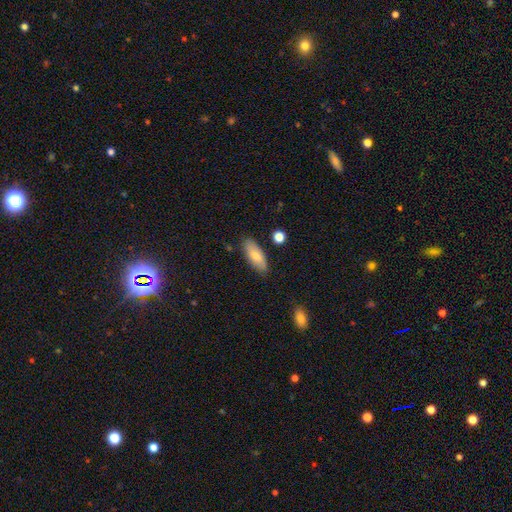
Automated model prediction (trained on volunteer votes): Smooth or featured?
  - smooth: 77% *
  - featured or disk: 17%
  - star or artifact: 6%
How rounded?
  - in between: 77% *
  - cigar-shaped: 21%
  - round: 2%
Merging?
  - none: 83% *
  - minor disturbance: 12%
  - merger: 2%
  - major disturbance: 2%